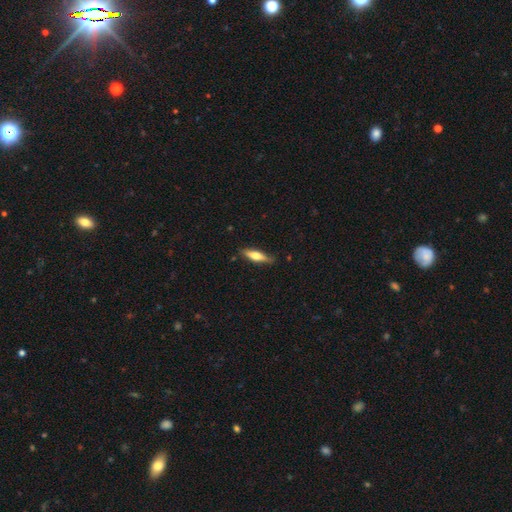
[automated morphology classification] This appears to be a smooth galaxy with no disk features (54%) that is cigar-shaped (66%). Merging: none (83%).